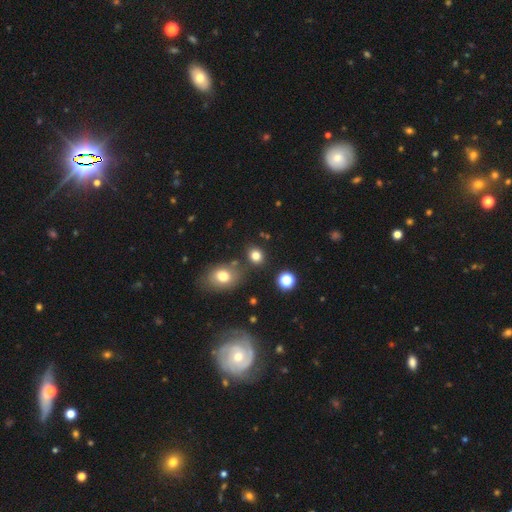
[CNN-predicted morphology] type=smooth (79%); roundness=round (67%); merging=none (78%).